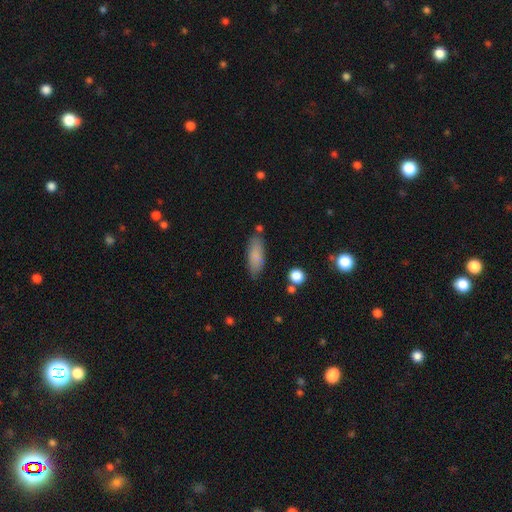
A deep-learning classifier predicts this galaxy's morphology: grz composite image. It shows a smooth galaxy with no disk features (82%) that is in between round and cigar-shaped (70%). Merging: none (78%).